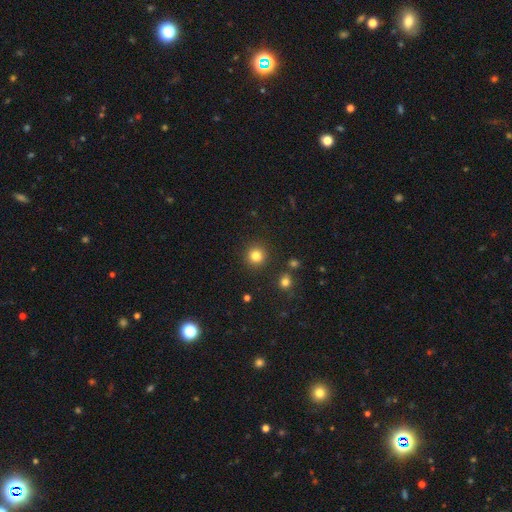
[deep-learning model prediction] A smooth galaxy with no disk features (82%) that is round (92%). Merging: none (90%).